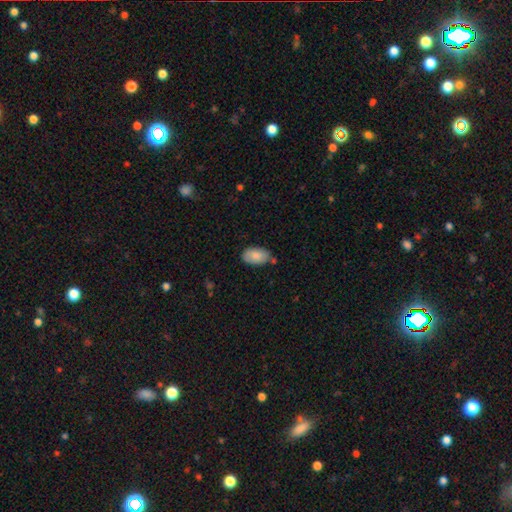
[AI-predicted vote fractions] Smooth or featured? smooth (83%)
How rounded? in between (94%)
Merging? none (69%)